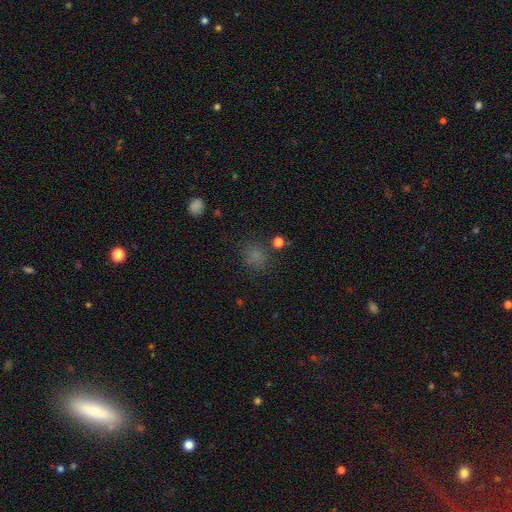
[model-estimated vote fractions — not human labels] Smooth or featured? smooth (73%)
How rounded? round (76%)
Merging? none (77%)